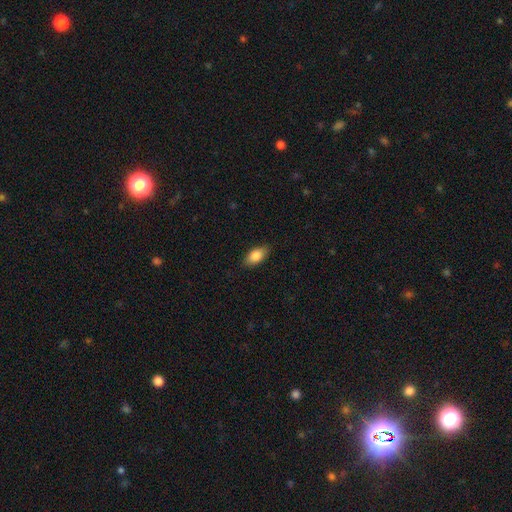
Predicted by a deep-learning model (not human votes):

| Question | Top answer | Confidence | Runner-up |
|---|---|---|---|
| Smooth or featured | smooth | 85% | featured or disk (9%) |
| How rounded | in between | 91% | cigar-shaped (5%) |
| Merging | none | 86% | minor disturbance (11%) |